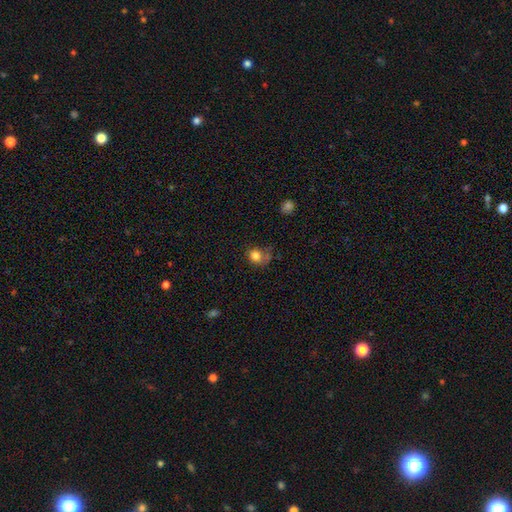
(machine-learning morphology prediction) Smooth or featured?
  - smooth: 80% *
  - star or artifact: 11%
  - featured or disk: 9%
How rounded?
  - round: 71% *
  - in between: 28%
  - cigar-shaped: 1%
Merging?
  - none: 47% *
  - minor disturbance: 29%
  - major disturbance: 17%
  - merger: 7%